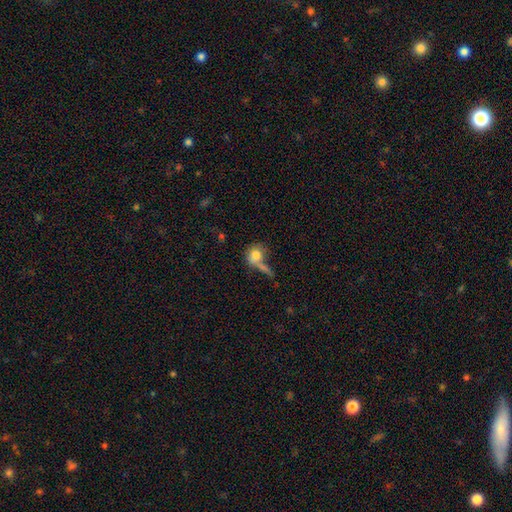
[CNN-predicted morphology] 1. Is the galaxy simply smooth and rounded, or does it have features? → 76% smooth, 16% featured or disk, 8% star or artifact.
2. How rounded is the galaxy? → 64% round, 33% in between, 3% cigar-shaped.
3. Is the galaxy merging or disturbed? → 34% none, 33% merger, 18% major disturbance, 15% minor disturbance.